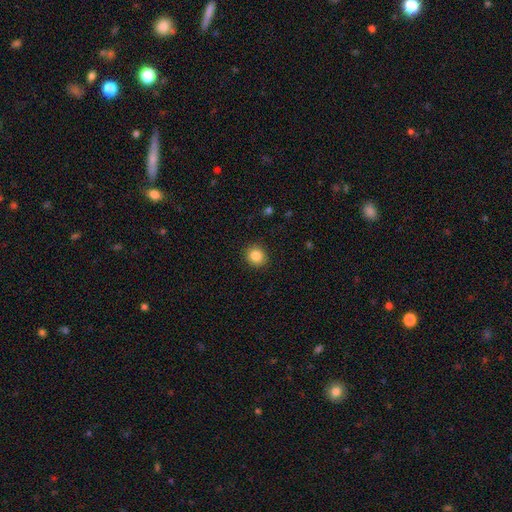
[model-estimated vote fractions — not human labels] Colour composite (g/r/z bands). It shows a smooth galaxy with no disk features (85%) that is round (84%). Merging: none (90%).